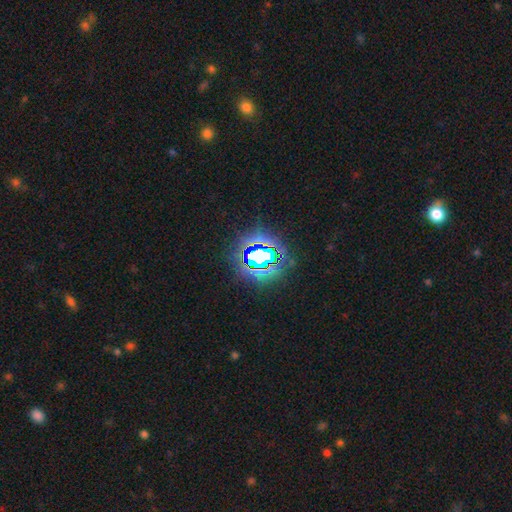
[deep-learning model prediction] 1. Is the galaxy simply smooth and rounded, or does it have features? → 71% star or artifact, 17% smooth, 12% featured or disk.